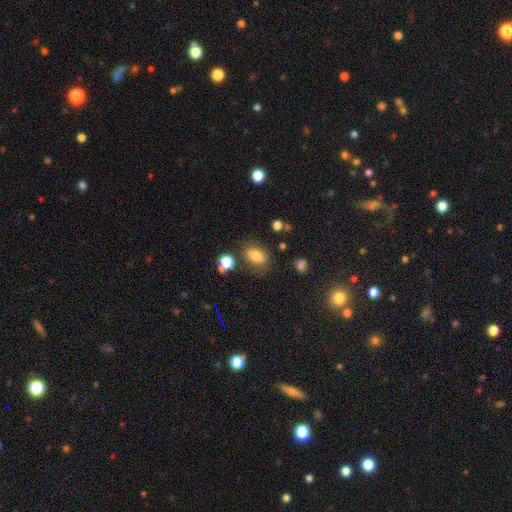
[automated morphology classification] smooth-or-featured: smooth: 77% | star or artifact: 11% | featured or disk: 11%
  how-rounded: in between: 82% | round: 16% | cigar-shaped: 2%
  merging: none: 66% | minor disturbance: 20% | major disturbance: 9% | merger: 6%